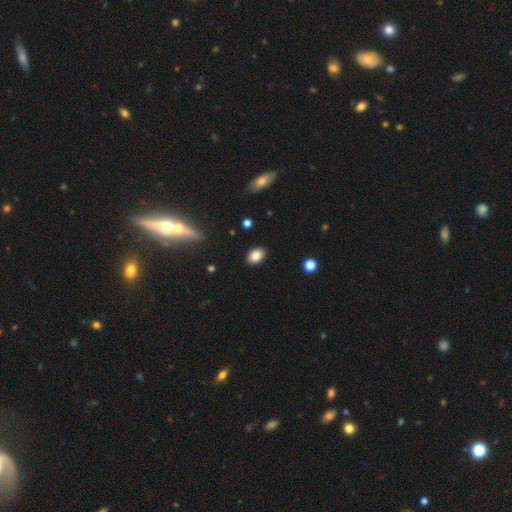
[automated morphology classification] smooth-or-featured: smooth: 84% | star or artifact: 9% | featured or disk: 7%
  how-rounded: in between: 82% | round: 17% | cigar-shaped: 1%
  merging: none: 89% | minor disturbance: 8% | major disturbance: 2% | merger: 1%